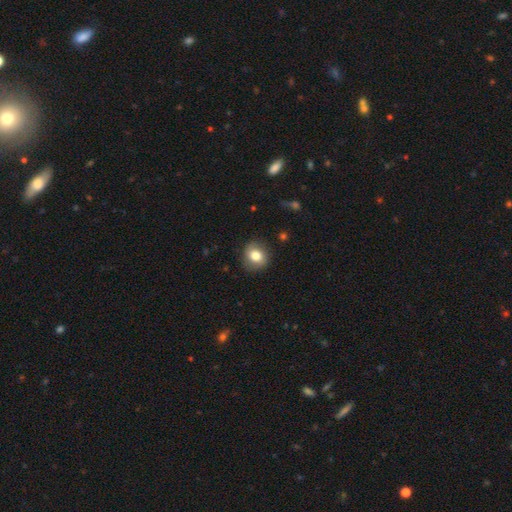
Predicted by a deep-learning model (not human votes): smooth-or-featured: smooth: 79% | featured or disk: 12% | star or artifact: 9%
  how-rounded: round: 75% | in between: 24% | cigar-shaped: 1%
  merging: none: 84% | minor disturbance: 12% | major disturbance: 3% | merger: 1%